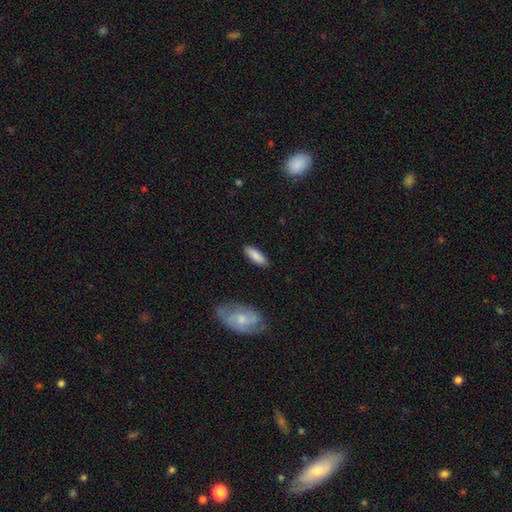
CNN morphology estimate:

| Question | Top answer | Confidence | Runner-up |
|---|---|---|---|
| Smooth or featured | smooth | 85% | featured or disk (9%) |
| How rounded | in between | 59% | cigar-shaped (39%) |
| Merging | none | 86% | minor disturbance (10%) |